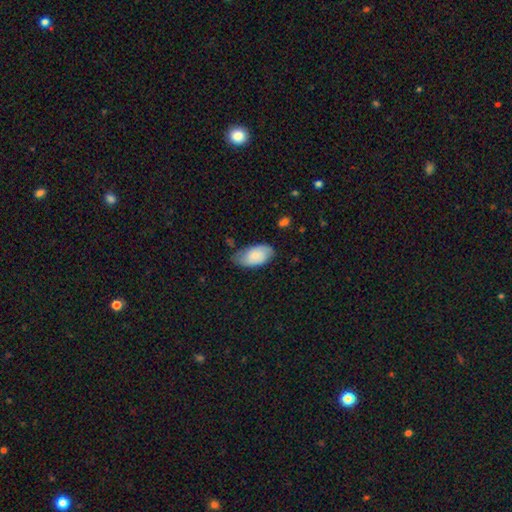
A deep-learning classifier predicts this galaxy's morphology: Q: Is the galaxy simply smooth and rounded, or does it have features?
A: smooth — 71%.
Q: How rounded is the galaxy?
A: in between — 94%.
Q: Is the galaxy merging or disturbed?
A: none — 60%.